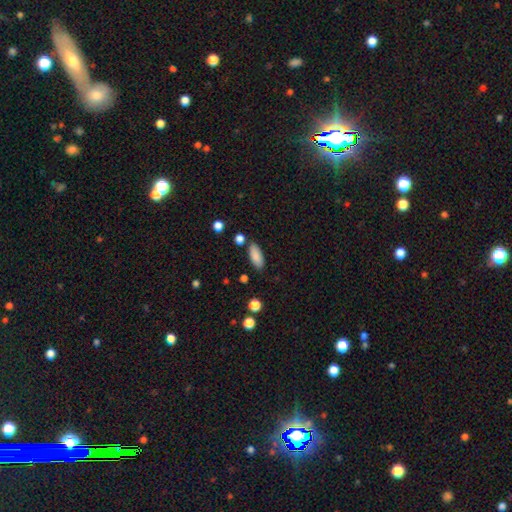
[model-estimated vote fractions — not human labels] This is clearly a smooth galaxy (86%). How rounded: clearly in between (84%). Merging: clearly none (81%).